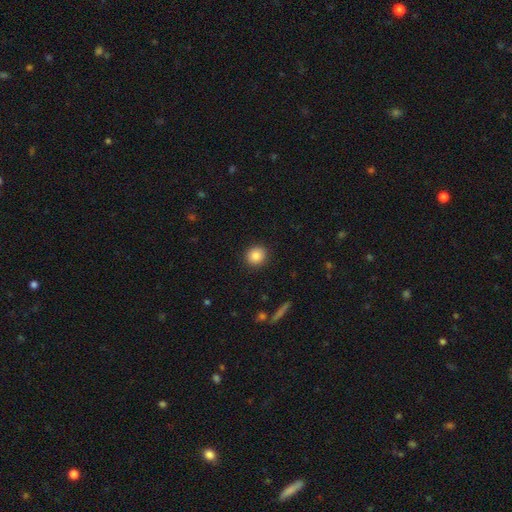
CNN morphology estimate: smooth 86%, star or artifact 9%, featured or disk 5%. Down the decision tree: how rounded — round (89%); merging — none (92%).